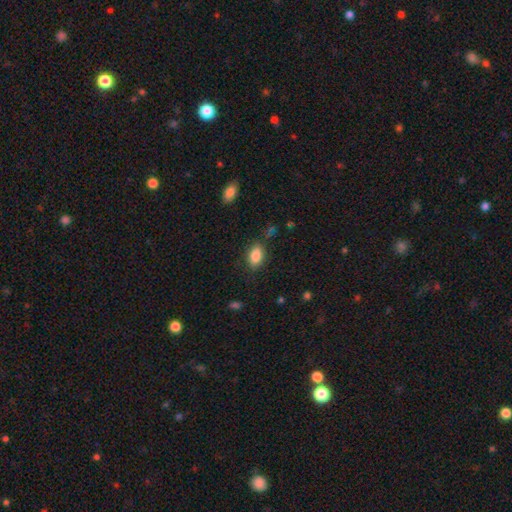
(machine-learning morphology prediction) This appears to be a smooth galaxy with no disk features (86%) that is in between round and cigar-shaped (89%). Merging: none (81%).